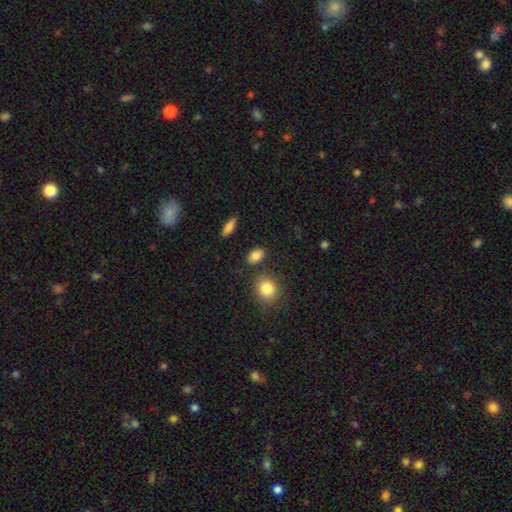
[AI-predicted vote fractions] This appears to be a smooth galaxy with no disk features (85%) that is in between round and cigar-shaped (77%). Merging: none (82%).